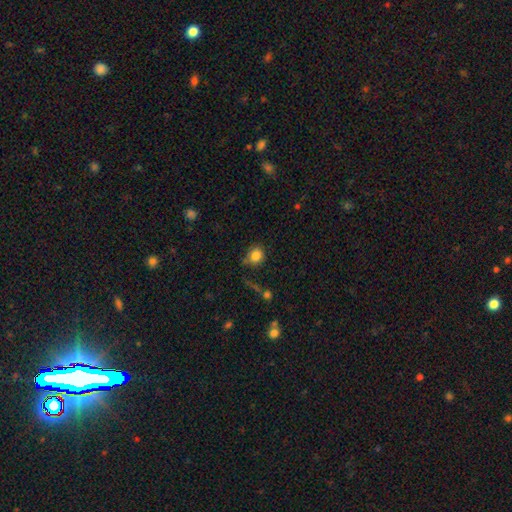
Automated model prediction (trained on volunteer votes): Smooth or featured: smooth — 83% (star or artifact — 10%)
How rounded: round — 76% (in between — 23%)
Merging: none — 73% (minor disturbance — 16%)